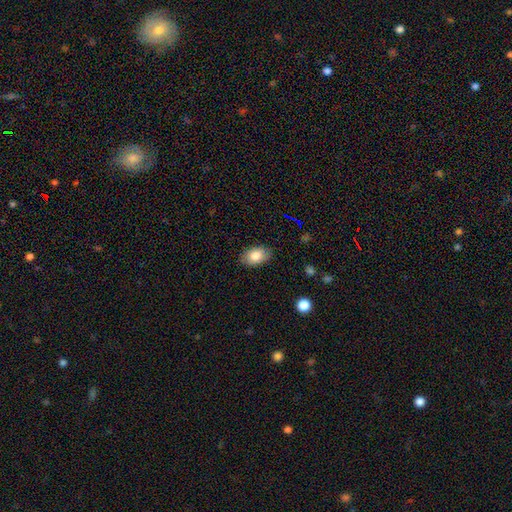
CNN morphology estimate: smooth-or-featured: smooth: 83% | featured or disk: 9% | star or artifact: 7%
  how-rounded: in between: 90% | round: 9% | cigar-shaped: 1%
  merging: none: 86% | minor disturbance: 10% | major disturbance: 2% | merger: 1%